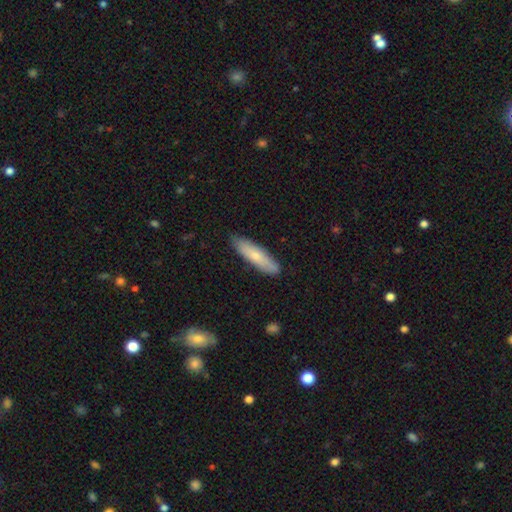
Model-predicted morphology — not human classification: smooth_or_featured: smooth (p=0.67) [alt: featured or disk p=0.27]
how_rounded: cigar-shaped (p=0.70) [alt: in between p=0.29]
merging: none (p=0.84) [alt: minor disturbance p=0.13]